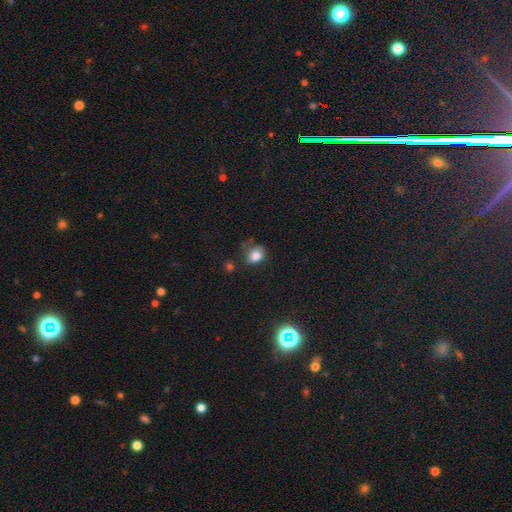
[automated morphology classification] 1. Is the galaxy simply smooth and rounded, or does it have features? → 77% smooth, 12% featured or disk, 11% star or artifact.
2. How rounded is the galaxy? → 54% in between, 44% round, 1% cigar-shaped.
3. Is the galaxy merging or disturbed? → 43% none, 31% minor disturbance, 21% major disturbance, 6% merger.